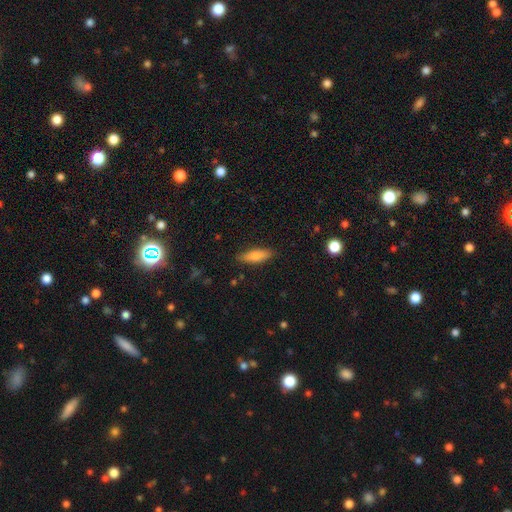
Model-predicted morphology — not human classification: Smooth or featured: smooth — 80% (featured or disk — 14%)
How rounded: in between — 53% (cigar-shaped — 45%)
Merging: none — 86% (minor disturbance — 11%)